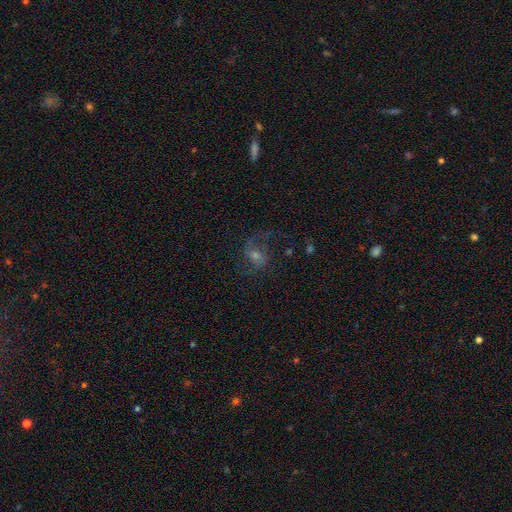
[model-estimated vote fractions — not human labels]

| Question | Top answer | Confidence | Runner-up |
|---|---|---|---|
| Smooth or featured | featured or disk | 67% | star or artifact (17%) |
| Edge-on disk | no | 97% | yes (3%) |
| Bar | no | 48% | weak (41%) |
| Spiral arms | yes | 92% | no (8%) |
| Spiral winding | loose | 45% | tied: medium (45%) |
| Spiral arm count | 2 | 79% | can't tell (7%) |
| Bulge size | moderate | 49% | small (36%) |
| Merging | none | 66% | major disturbance (17%) |